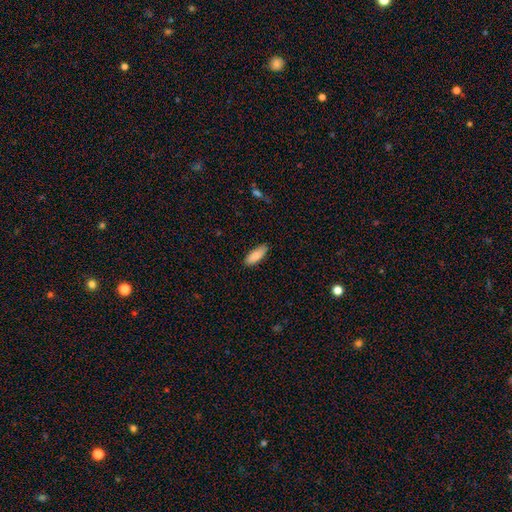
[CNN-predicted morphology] A smooth galaxy with no disk features (88%) that is in between round and cigar-shaped (71%). Merging: none (85%).